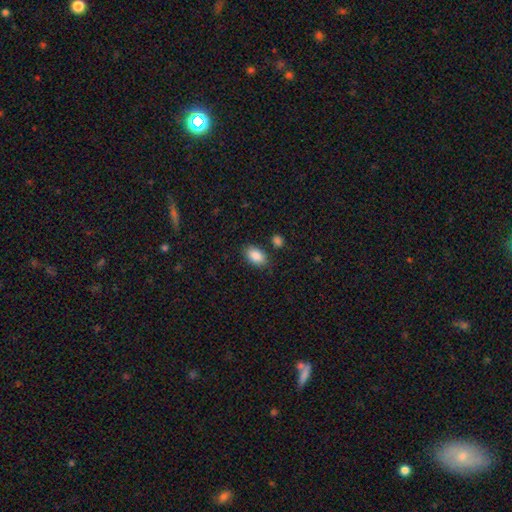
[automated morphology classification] type=smooth (88%); roundness=in between (91%); merging=none (81%).